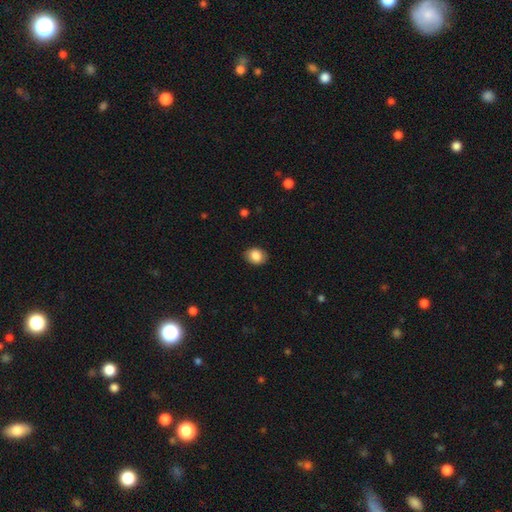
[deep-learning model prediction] This is clearly a smooth galaxy (86%). How rounded: likely in between (62%). Merging: clearly none (87%).